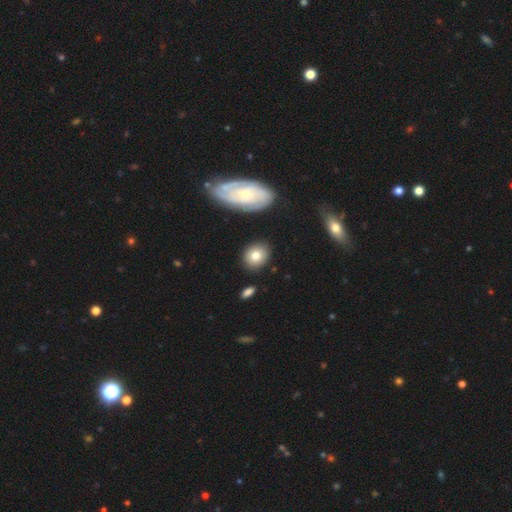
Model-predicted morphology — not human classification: smooth_or_featured: smooth (p=0.74) [alt: featured or disk p=0.17]
how_rounded: round (p=0.63) [alt: in between p=0.36]
merging: none (p=0.83) [alt: minor disturbance p=0.10]